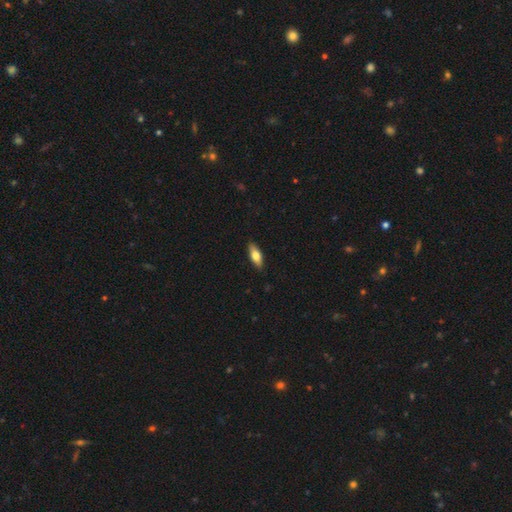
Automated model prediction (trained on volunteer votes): This is likely a smooth galaxy (70%). How rounded: likely in between (68%). Merging: clearly none (88%).